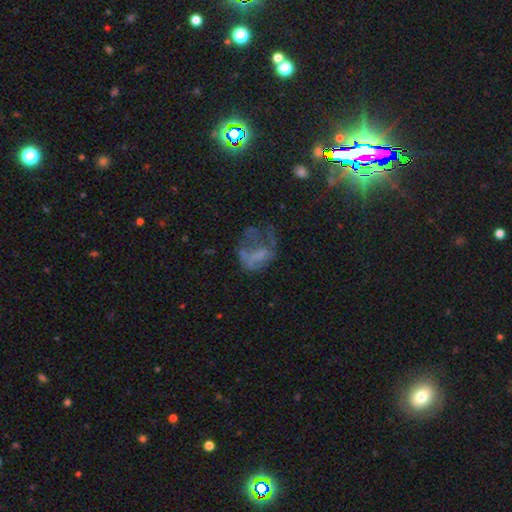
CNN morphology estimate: Smooth or featured? Predicted: featured or disk (p=0.44). Merging? Predicted: major disturbance (p=0.49).